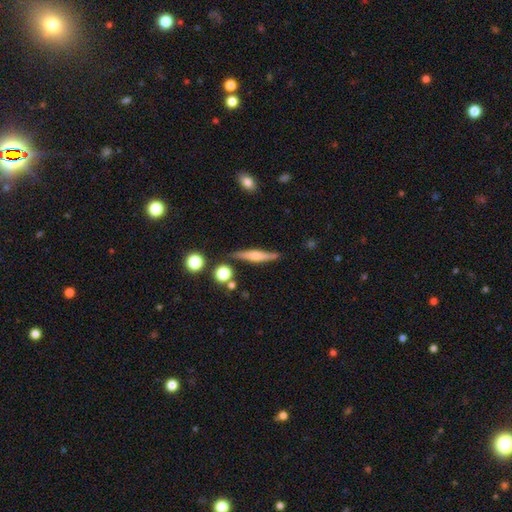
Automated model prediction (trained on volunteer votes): smooth_or_featured: featured or disk (p=0.58) [alt: smooth p=0.35]
disk_edge_on: yes (p=0.95) [alt: no p=0.05]
edge_on_bulge: rounded (p=0.75) [alt: boxy p=0.17]
merging: none (p=0.81) [alt: minor disturbance p=0.12]